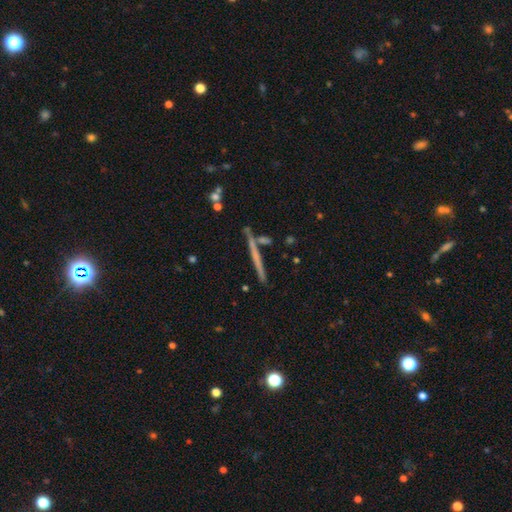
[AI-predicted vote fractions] Smooth or featured? featured or disk (51%)
Edge-on disk? yes (97%)
Merging? none (85%)